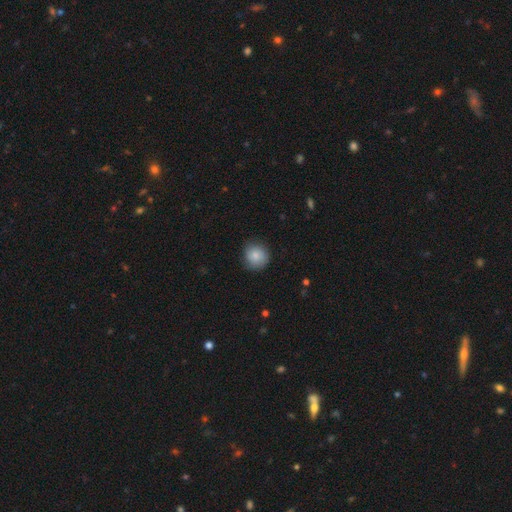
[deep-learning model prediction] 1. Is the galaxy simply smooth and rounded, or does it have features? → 84% smooth, 8% star or artifact, 8% featured or disk.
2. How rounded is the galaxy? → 90% round, 9% in between, 1% cigar-shaped.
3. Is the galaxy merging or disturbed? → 81% none, 15% minor disturbance, 3% major disturbance, 1% merger.